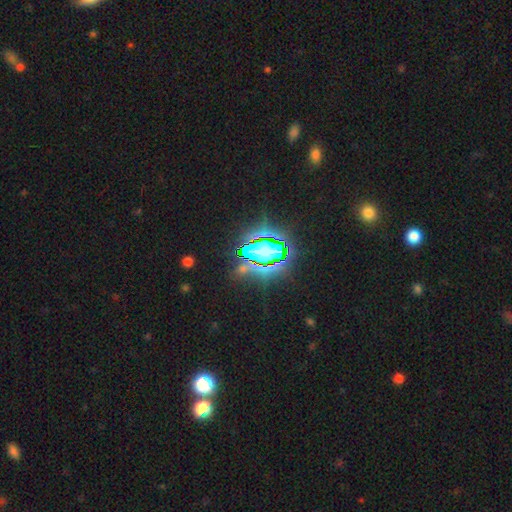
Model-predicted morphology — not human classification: A star or artifact, not a galaxy (82%).

Vote fractions:
- Smooth or featured? star or artifact: 82% / smooth: 11% / featured or disk: 7%